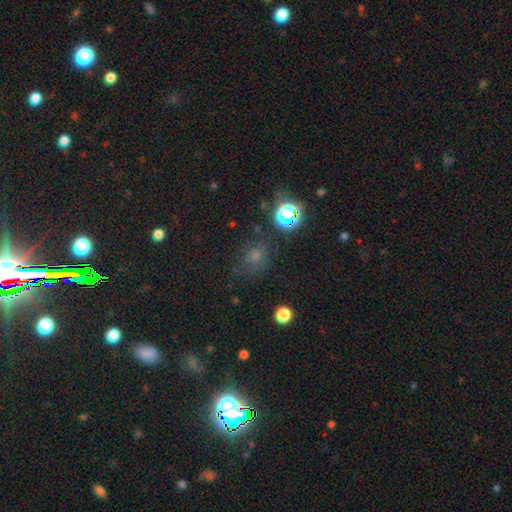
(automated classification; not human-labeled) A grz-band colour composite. It shows a star or artifact, not a galaxy (46%).